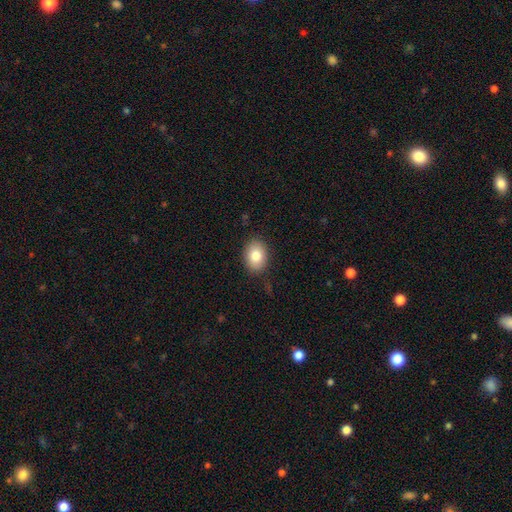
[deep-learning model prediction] A smooth galaxy with no disk features (82%) that is in between round and cigar-shaped (66%). Merging: none (86%).